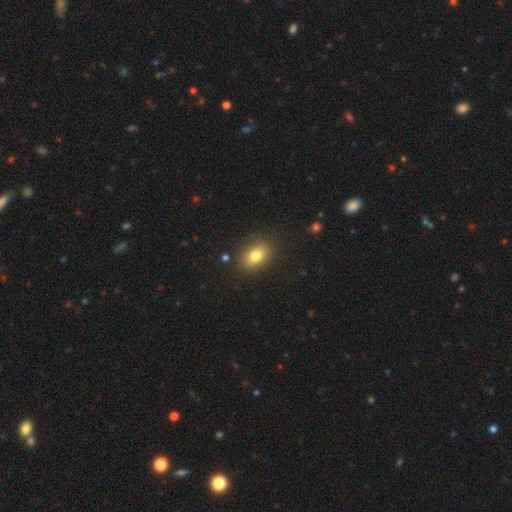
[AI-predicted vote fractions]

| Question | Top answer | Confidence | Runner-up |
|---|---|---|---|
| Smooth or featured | smooth | 80% | featured or disk (10%) |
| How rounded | in between | 80% | round (19%) |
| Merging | none | 85% | minor disturbance (10%) |